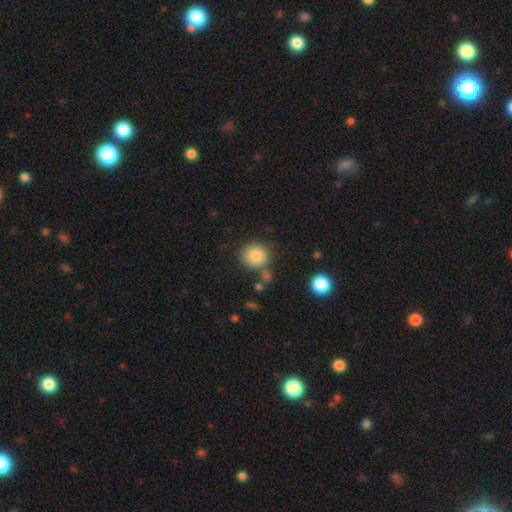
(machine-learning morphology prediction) This appears to be a smooth galaxy with no disk features (84%) that is round (90%). Merging: none (72%).